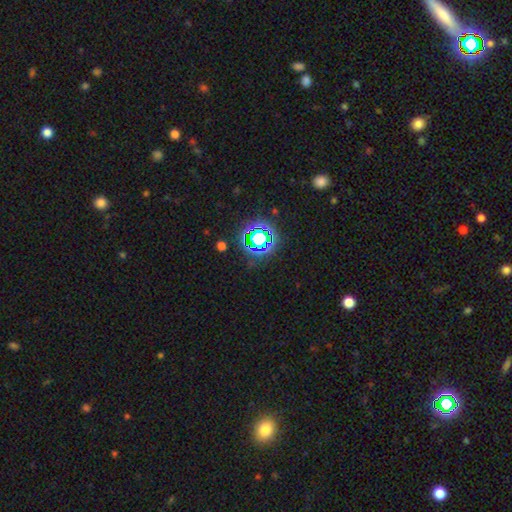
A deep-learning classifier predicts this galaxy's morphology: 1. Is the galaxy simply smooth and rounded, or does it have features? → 77% star or artifact, 17% smooth, 7% featured or disk.